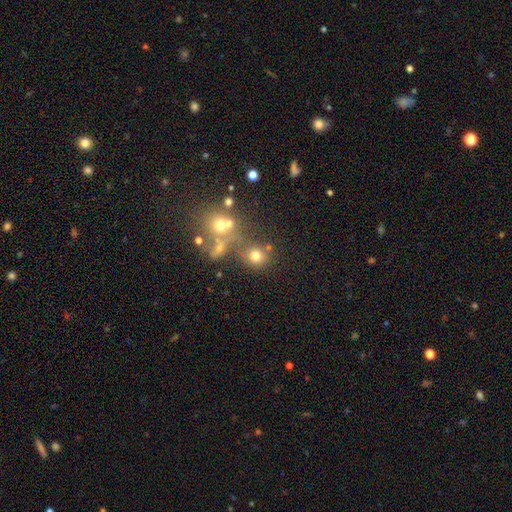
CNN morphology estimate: A smooth galaxy with no disk features (70%) that is round (84%). Merging: none (59%).